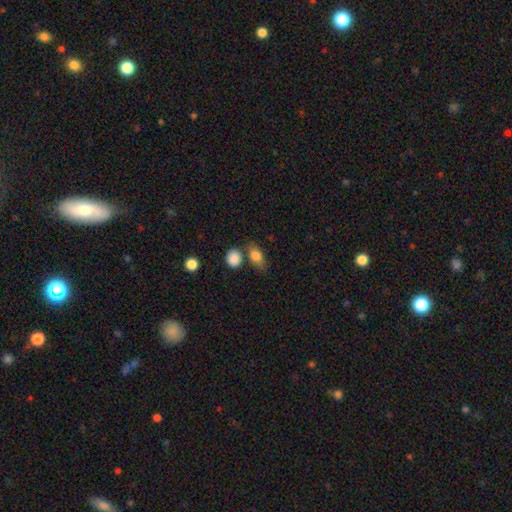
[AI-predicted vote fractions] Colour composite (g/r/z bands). It shows a smooth galaxy with no disk features (82%) that is in between round and cigar-shaped (77%). Merging: none (61%).